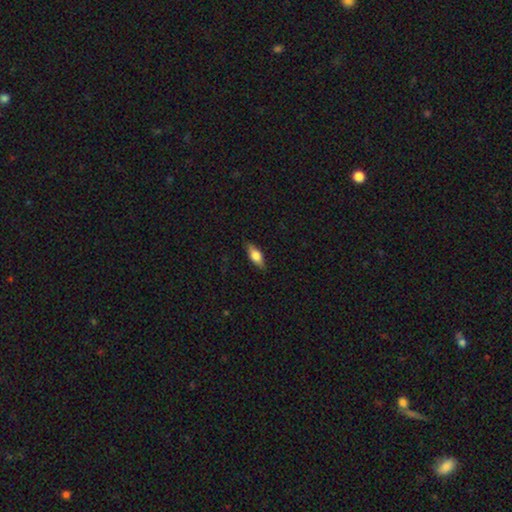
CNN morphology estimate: A smooth galaxy with no disk features (63%) that is in between round and cigar-shaped (72%).

Vote fractions:
- Smooth or featured? smooth: 63% / featured or disk: 31% / star or artifact: 7%
- How rounded? in between: 72% / cigar-shaped: 24% / round: 4%
- Merging? none: 86% / minor disturbance: 11% / major disturbance: 2% / merger: 1%